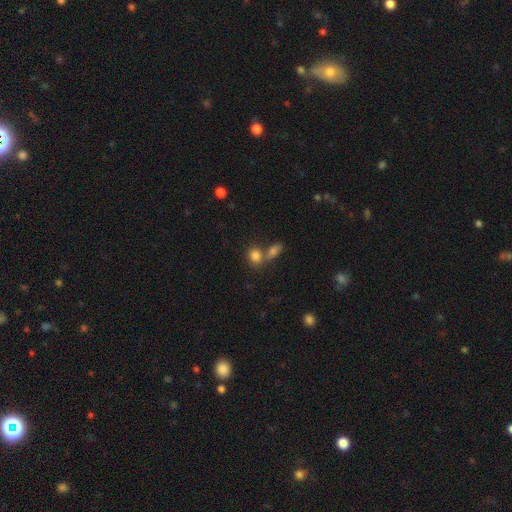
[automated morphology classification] Smooth or featured? smooth (81%)
How rounded? in between (55%)
Merging? merger (44%)